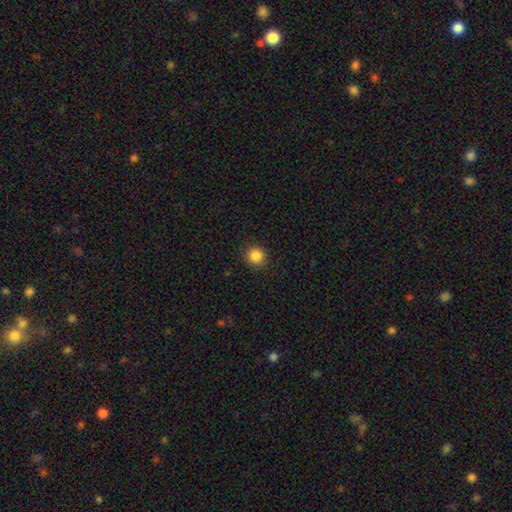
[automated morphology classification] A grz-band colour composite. It shows a smooth galaxy with no disk features (86%) that is round (91%). Merging: none (90%).